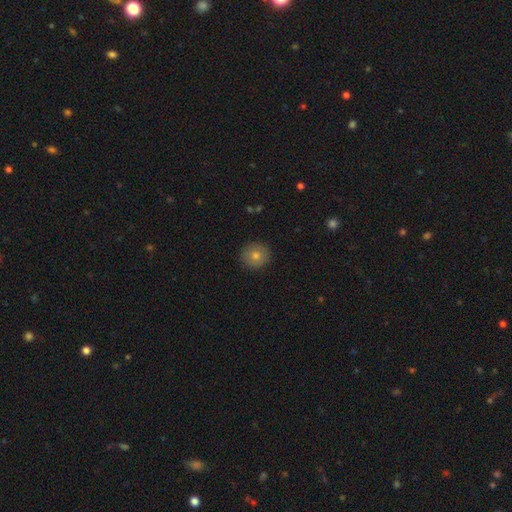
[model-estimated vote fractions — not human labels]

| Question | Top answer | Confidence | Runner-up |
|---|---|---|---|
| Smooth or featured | smooth | 75% | featured or disk (14%) |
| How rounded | round | 94% | in between (5%) |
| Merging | none | 91% | minor disturbance (6%) |